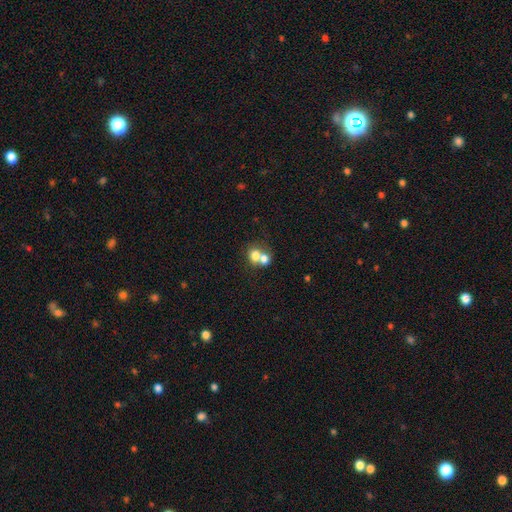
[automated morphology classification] Q: Smooth or featured?
A: smooth (73%); runner-up: featured or disk (17%)
Q: How rounded?
A: round (62%); runner-up: in between (37%)
Q: Merging?
A: merger (64%); runner-up: none (26%)